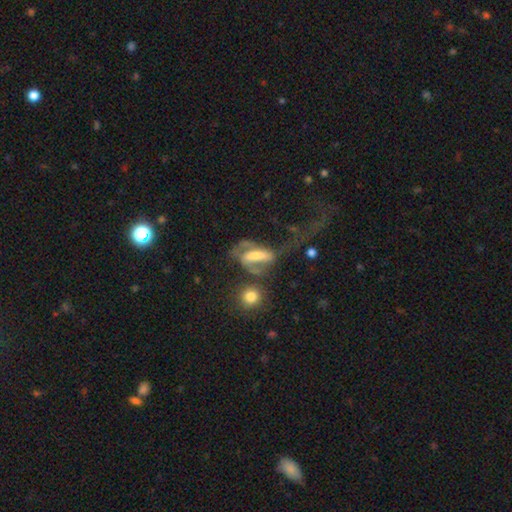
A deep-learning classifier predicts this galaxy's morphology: Smooth or featured? featured or disk (67%)
Edge-on disk? no (89%)
Bar? strong (50%)
Spiral arms? yes (77%)
Bulge size? moderate (43%)
Merging? major disturbance (42%)